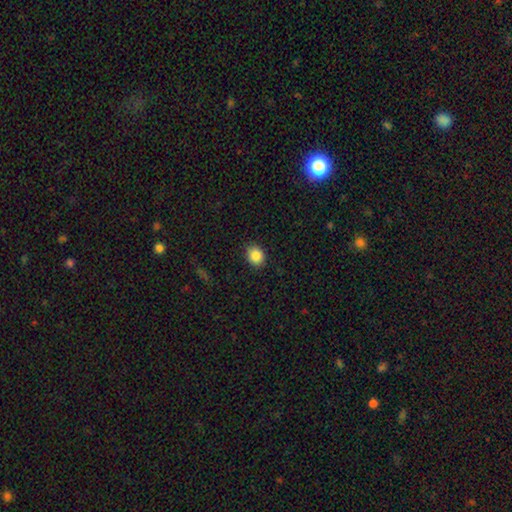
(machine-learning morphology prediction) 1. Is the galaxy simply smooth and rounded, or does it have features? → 87% smooth, 9% star or artifact, 4% featured or disk.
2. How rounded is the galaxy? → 62% round, 37% in between, 1% cigar-shaped.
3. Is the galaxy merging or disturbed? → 87% none, 10% minor disturbance, 2% major disturbance, 1% merger.